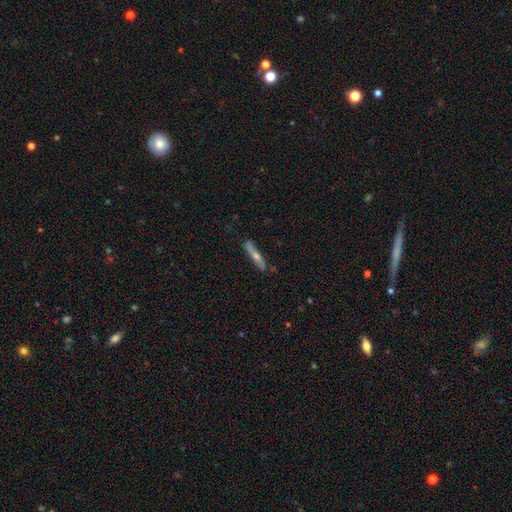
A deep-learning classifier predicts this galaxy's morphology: The model was most divided on "smooth or featured": featured or disk: 58%, smooth: 35%, star or artifact: 7%. More confident: edge-on disk — yes (88%); edge-on bulge — rounded (86%); merging — none (83%).